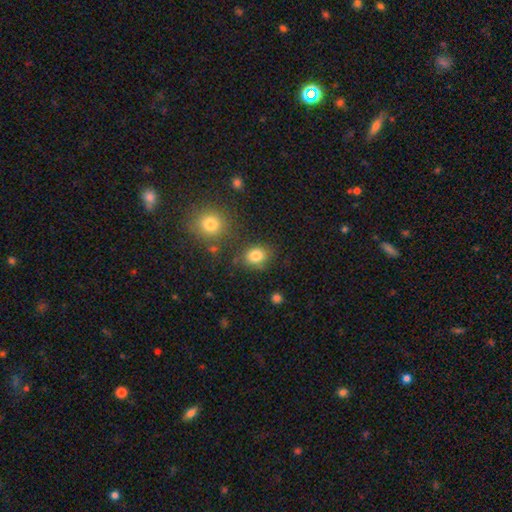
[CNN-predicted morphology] Smooth or featured: smooth — 83% (star or artifact — 12%)
How rounded: round — 57% (in between — 42%)
Merging: none — 76% (minor disturbance — 14%)